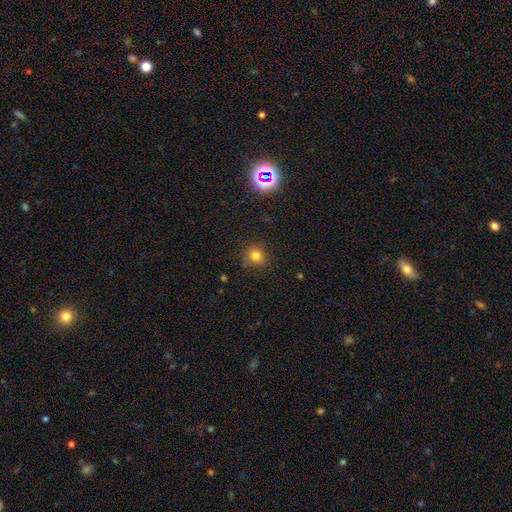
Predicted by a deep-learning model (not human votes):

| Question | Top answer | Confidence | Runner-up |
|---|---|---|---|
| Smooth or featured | smooth | 77% | star or artifact (17%) |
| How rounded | round | 88% | in between (11%) |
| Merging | none | 81% | minor disturbance (13%) |